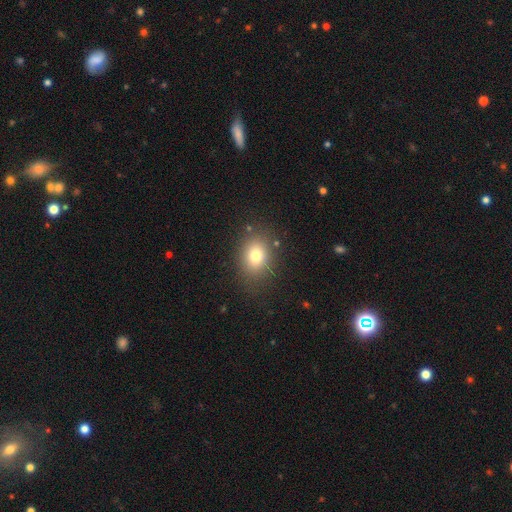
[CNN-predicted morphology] This is likely a smooth galaxy (76%). How rounded: possibly in between (54%). Merging: clearly none (83%).